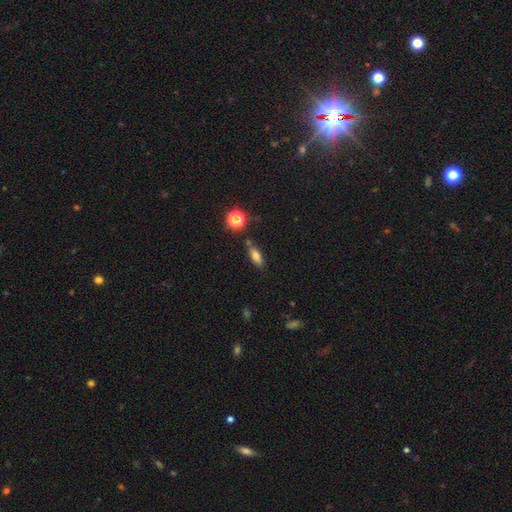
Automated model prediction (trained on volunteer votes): smooth-or-featured: smooth: 76% | featured or disk: 12% | star or artifact: 12%
  how-rounded: in between: 68% | cigar-shaped: 26% | round: 6%
  merging: none: 74% | minor disturbance: 15% | merger: 7% | major disturbance: 4%